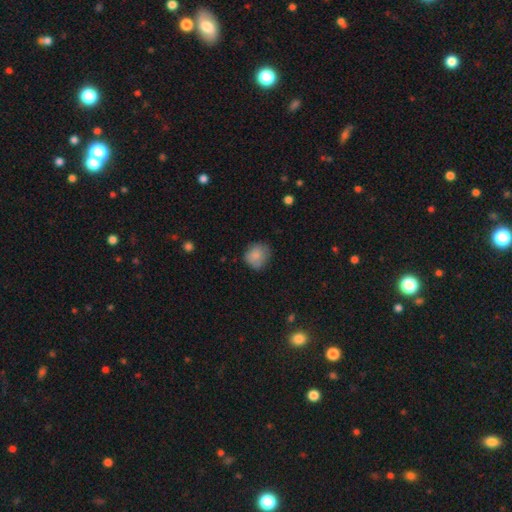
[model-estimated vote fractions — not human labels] A smooth galaxy with no disk features (82%) that is round (78%).

Vote fractions:
- Smooth or featured? smooth: 82% / featured or disk: 10% / star or artifact: 8%
- How rounded? round: 78% / in between: 21% / cigar-shaped: 1%
- Merging? none: 66% / minor disturbance: 26% / major disturbance: 6% / merger: 1%